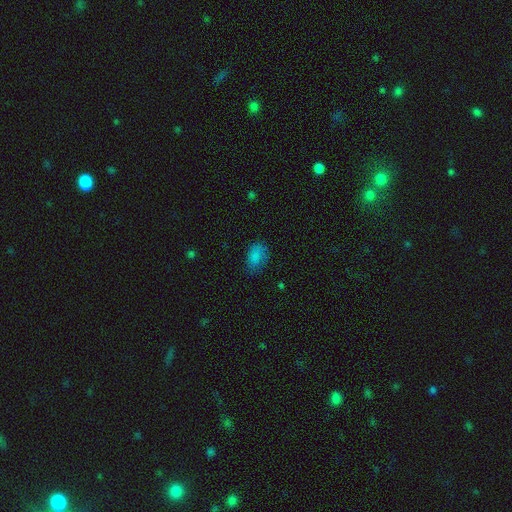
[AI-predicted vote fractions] smooth-or-featured: smooth: 82% | star or artifact: 11% | featured or disk: 8%
  how-rounded: in between: 85% | round: 14% | cigar-shaped: 1%
  merging: none: 67% | minor disturbance: 24% | major disturbance: 8% | merger: 1%